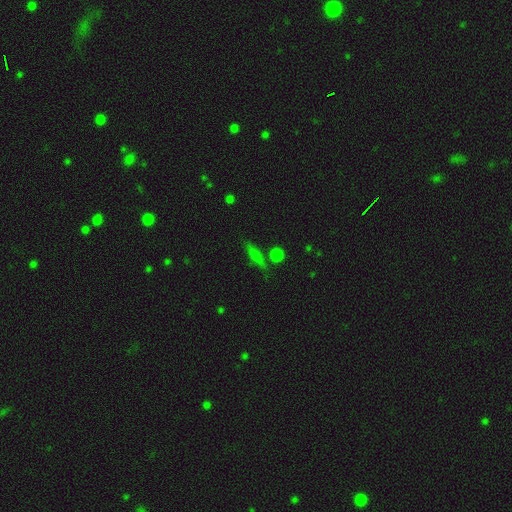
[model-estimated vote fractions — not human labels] Morphology: type=smooth (58%); roundness=cigar-shaped (73%); merging=none (78%).